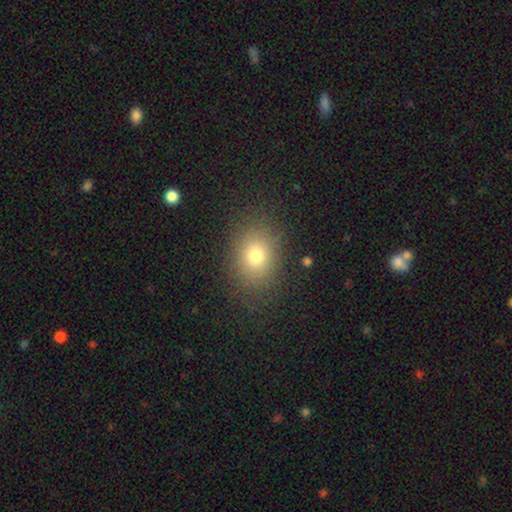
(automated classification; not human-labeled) Smooth or featured? smooth (77%)
How rounded? in between (55%)
Merging? none (85%)